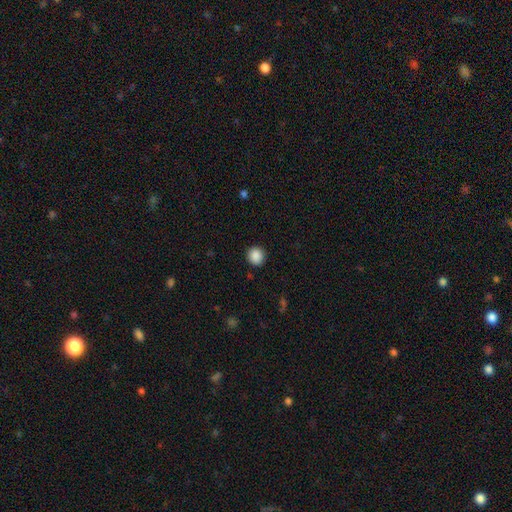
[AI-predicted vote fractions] Smooth or featured? Predicted: smooth (p=0.88). How rounded? Predicted: round (p=0.91). Merging? Predicted: none (p=0.91).